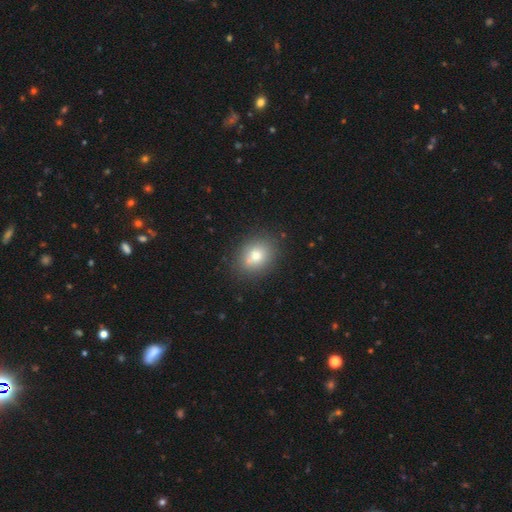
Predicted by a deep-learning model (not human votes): Morphology: type=smooth (76%); roundness=in between (54%); merging=none (78%).